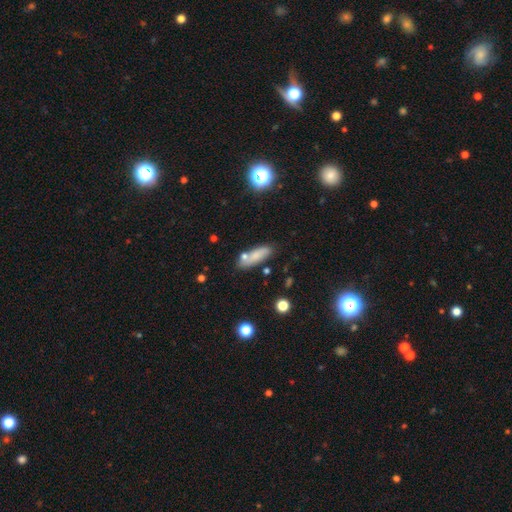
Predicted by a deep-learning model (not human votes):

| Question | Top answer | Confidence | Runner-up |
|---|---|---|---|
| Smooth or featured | smooth | 76% | featured or disk (15%) |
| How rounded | in between | 58% | cigar-shaped (39%) |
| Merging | none | 70% | minor disturbance (15%) |